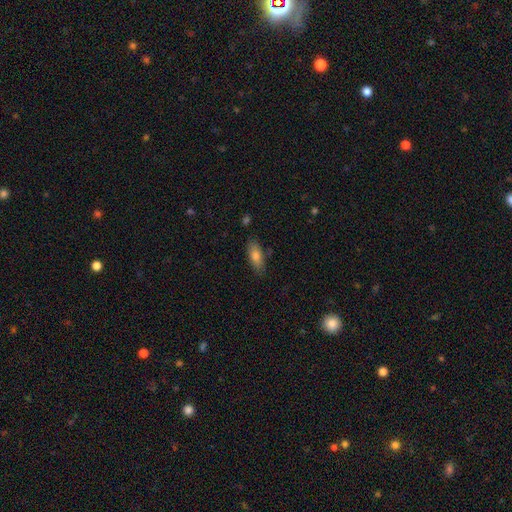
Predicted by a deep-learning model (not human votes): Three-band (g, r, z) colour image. It shows a smooth galaxy with no disk features (77%) that is in between round and cigar-shaped (74%). Merging: none (82%).